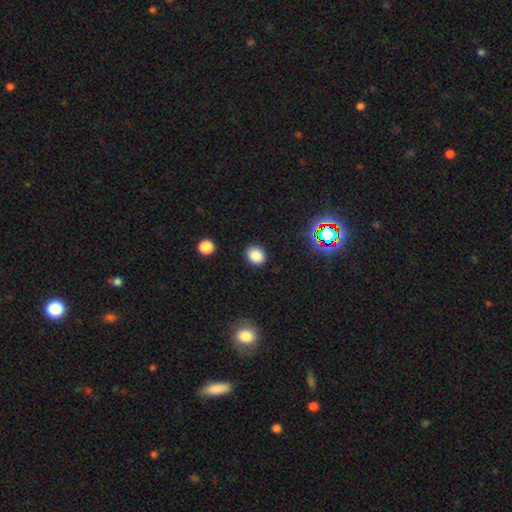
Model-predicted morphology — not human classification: Q: Smooth or featured?
A: smooth (84%); runner-up: star or artifact (13%)
Q: How rounded?
A: round (63%); runner-up: in between (36%)
Q: Merging?
A: none (89%); runner-up: minor disturbance (8%)